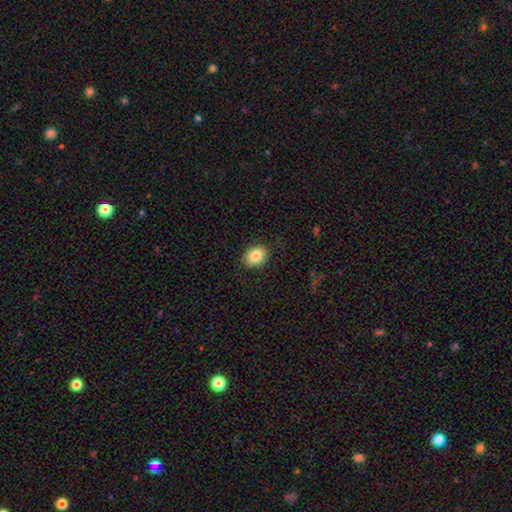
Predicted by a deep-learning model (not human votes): smooth-or-featured: smooth: 84% | star or artifact: 8% | featured or disk: 8%
  how-rounded: in between: 60% | round: 39% | cigar-shaped: 1%
  merging: none: 85% | minor disturbance: 11% | major disturbance: 3% | merger: 1%